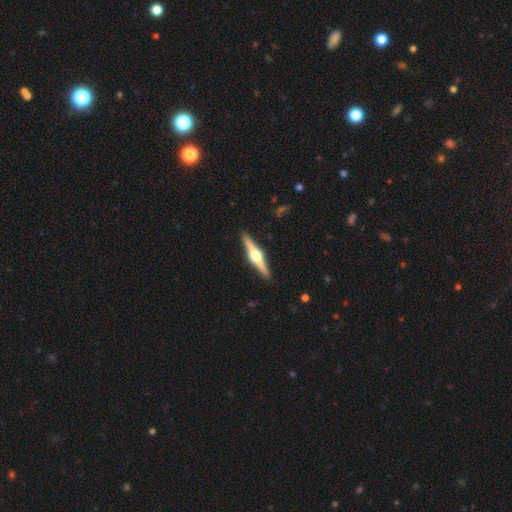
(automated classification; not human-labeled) This appears to be a featured or disk galaxy (82%) viewed edge-on (99%) with a rounded central bulge (95%). Merging: none (92%).